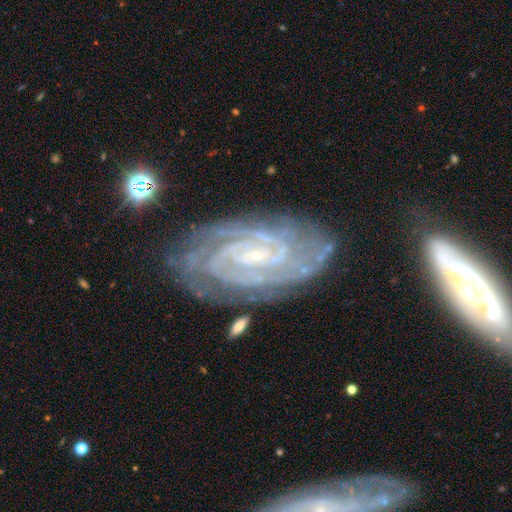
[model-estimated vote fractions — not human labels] Overall: featured or disk (91%). Edge-on disk: no (96%). Bar: weak (42%; no 32%). Spiral arms: yes (98%). Spiral arm count: 2 (37%; 3 20%). Spiral winding: tight (78%). Bulge size: small (82%). Merging: none (74%).